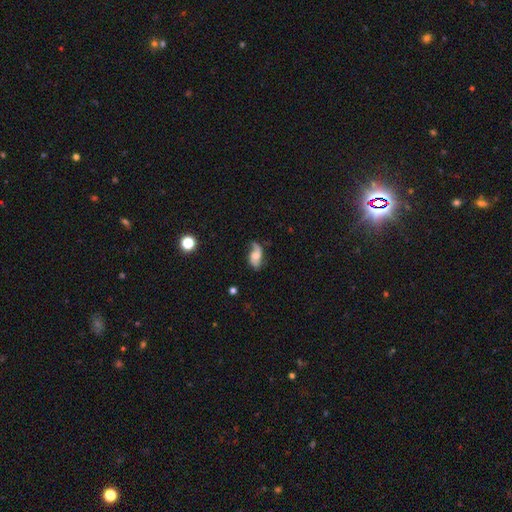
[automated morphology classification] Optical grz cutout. It shows a featured or disk galaxy (62%) with no bar (61%), 2 (69%) loose (63%) spiral arms (89%) and a moderate central bulge (50%). Merging: none (53%).